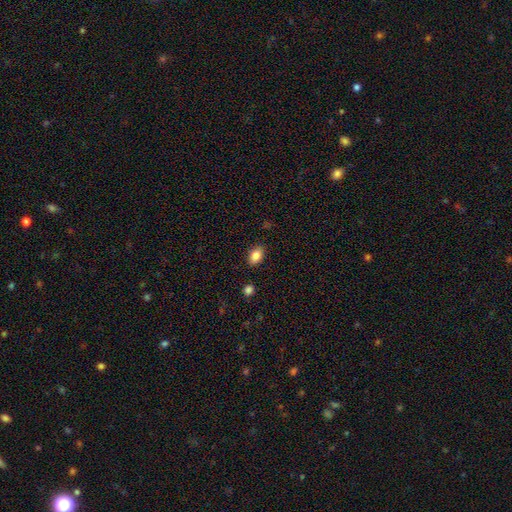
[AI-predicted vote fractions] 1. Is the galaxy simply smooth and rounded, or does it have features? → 85% smooth, 8% star or artifact, 7% featured or disk.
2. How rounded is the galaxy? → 86% in between, 12% round, 2% cigar-shaped.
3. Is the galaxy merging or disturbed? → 87% none, 9% minor disturbance, 2% major disturbance, 2% merger.